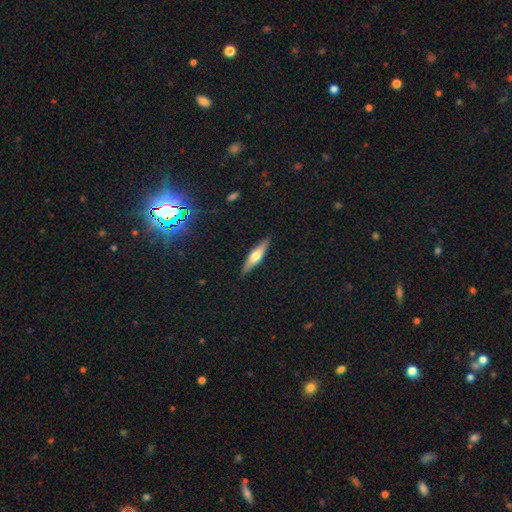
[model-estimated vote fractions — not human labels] smooth-or-featured: featured or disk: 50% | smooth: 43% | star or artifact: 7%
  disk-edge-on: yes: 93% | no: 7%
  merging: none: 88% | minor disturbance: 9% | major disturbance: 2% | merger: 1%